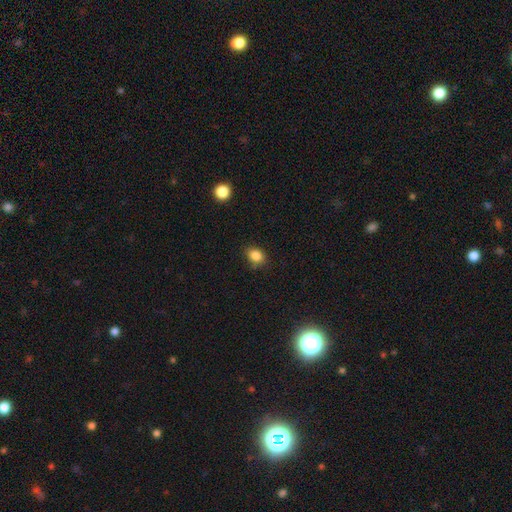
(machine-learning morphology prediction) smooth-or-featured: smooth: 85% | star or artifact: 11% | featured or disk: 4%
  how-rounded: in between: 63% | round: 36% | cigar-shaped: 1%
  merging: none: 78% | minor disturbance: 17% | major disturbance: 3% | merger: 2%